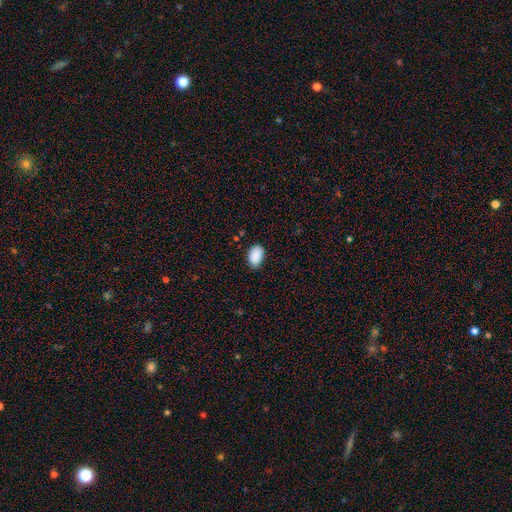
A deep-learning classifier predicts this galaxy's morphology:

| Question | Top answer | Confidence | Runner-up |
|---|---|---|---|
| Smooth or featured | smooth | 90% | star or artifact (7%) |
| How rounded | in between | 91% | round (7%) |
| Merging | none | 80% | minor disturbance (16%) |